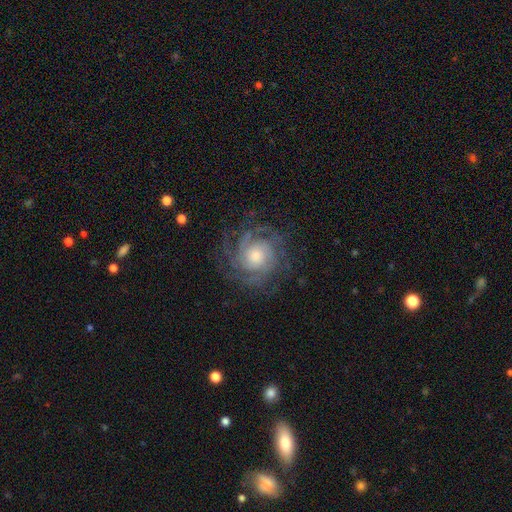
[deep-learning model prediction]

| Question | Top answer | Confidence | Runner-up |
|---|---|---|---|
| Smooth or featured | featured or disk | 84% | smooth (9%) |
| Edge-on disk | no | 97% | yes (3%) |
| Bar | no | 77% | weak (19%) |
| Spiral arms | yes | 97% | no (3%) |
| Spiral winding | tight | 69% | medium (26%) |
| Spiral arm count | can't tell | 26% | 3 (25%) |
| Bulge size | moderate | 54% | large (21%) |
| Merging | none | 77% | minor disturbance (14%) |